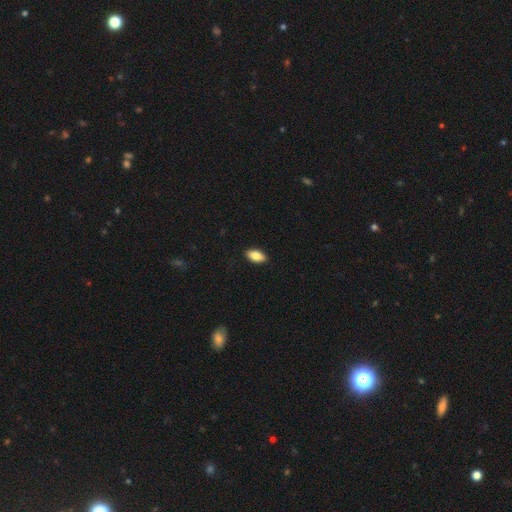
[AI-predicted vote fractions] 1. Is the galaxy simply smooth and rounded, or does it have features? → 82% smooth, 11% featured or disk, 7% star or artifact.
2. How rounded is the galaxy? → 91% in between, 5% cigar-shaped, 3% round.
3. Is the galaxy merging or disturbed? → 89% none, 8% minor disturbance, 2% major disturbance, 1% merger.